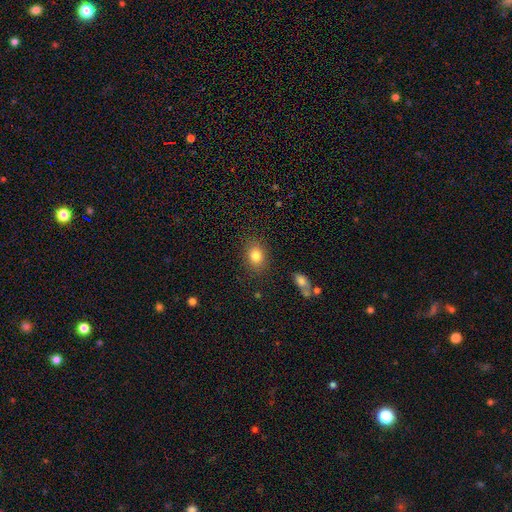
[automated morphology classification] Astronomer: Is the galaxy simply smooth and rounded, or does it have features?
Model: smooth — 83%.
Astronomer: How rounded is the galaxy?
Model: in between — 58% (runner-up: round, 40%).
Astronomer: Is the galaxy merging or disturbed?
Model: none — 84%.